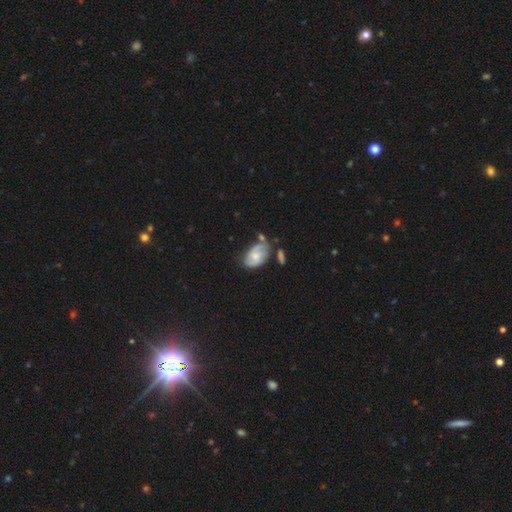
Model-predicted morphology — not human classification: type=featured or disk (58%); edge-on=no (96%); bar=no (61%); spiral arms=yes (84%); bulge=small (45%); merging=none (45%).